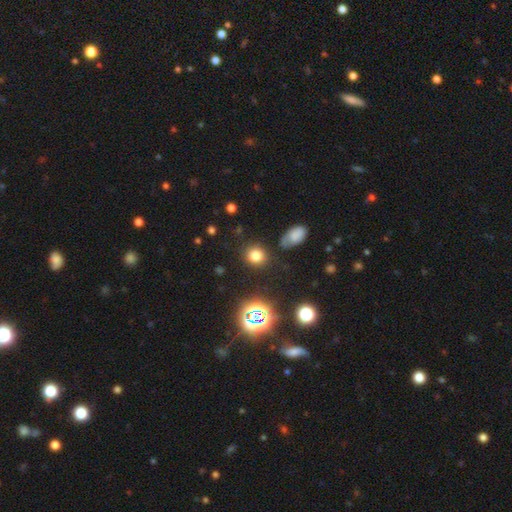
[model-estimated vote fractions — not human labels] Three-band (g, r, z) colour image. It shows a smooth galaxy with no disk features (73%) that is round (79%). Merging: none (82%).